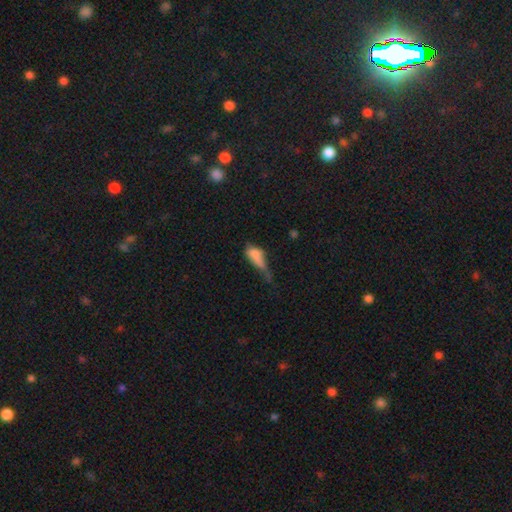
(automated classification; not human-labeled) A smooth galaxy with no disk features (68%) that is in between round and cigar-shaped (74%). Merging: major disturbance (43%).